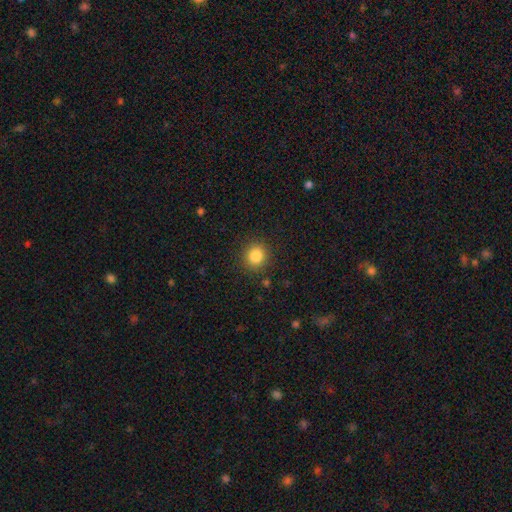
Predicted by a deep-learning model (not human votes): Smooth or featured?
  - smooth: 84% *
  - star or artifact: 11%
  - featured or disk: 5%
How rounded?
  - round: 88% *
  - in between: 11%
  - cigar-shaped: 1%
Merging?
  - none: 89% *
  - minor disturbance: 7%
  - major disturbance: 2%
  - merger: 1%